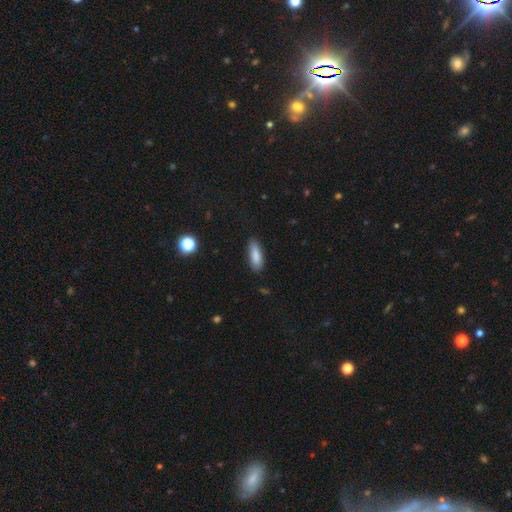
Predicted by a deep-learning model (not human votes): The model was most divided on "how rounded": in between: 60%, cigar-shaped: 38%, round: 2%. More confident: smooth or featured — smooth (85%); merging — none (80%).